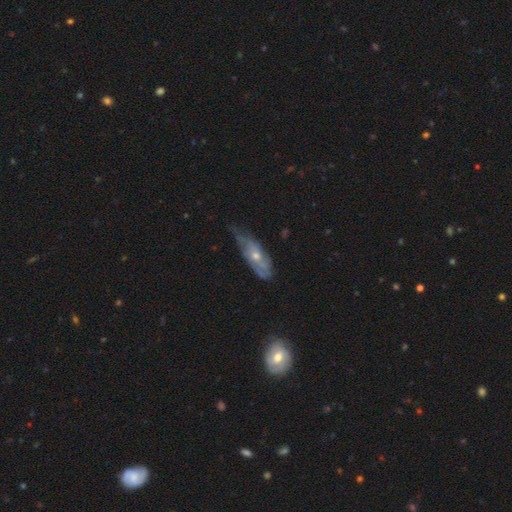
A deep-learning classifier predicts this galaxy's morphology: A featured or disk galaxy (66%) with no bar (77%), spiral arms (70%) and a small central bulge (50%). Merging: none (44%).